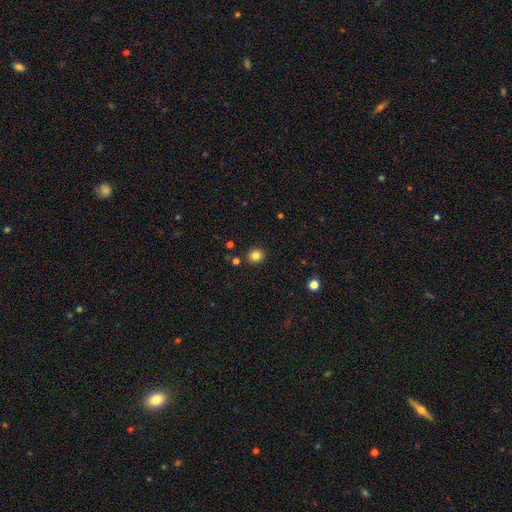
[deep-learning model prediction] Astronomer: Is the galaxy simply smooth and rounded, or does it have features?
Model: smooth — 82%.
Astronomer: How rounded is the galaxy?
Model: round — 89%.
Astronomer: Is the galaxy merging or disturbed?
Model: none — 90%.